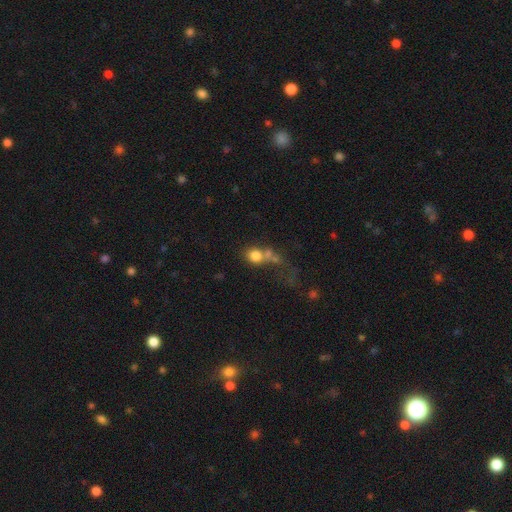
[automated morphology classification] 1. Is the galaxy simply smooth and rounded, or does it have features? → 74% smooth, 13% featured or disk, 13% star or artifact.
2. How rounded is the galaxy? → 73% round, 25% in between, 2% cigar-shaped.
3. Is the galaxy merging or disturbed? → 41% merger, 33% none, 15% major disturbance, 11% minor disturbance.